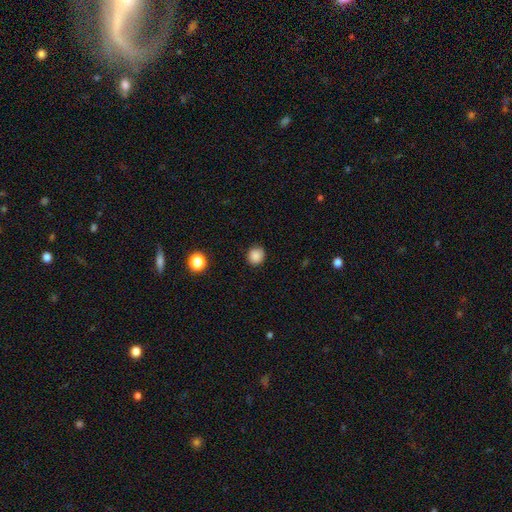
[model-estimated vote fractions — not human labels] This is clearly a smooth galaxy (86%). How rounded: clearly round (85%). Merging: clearly none (88%).